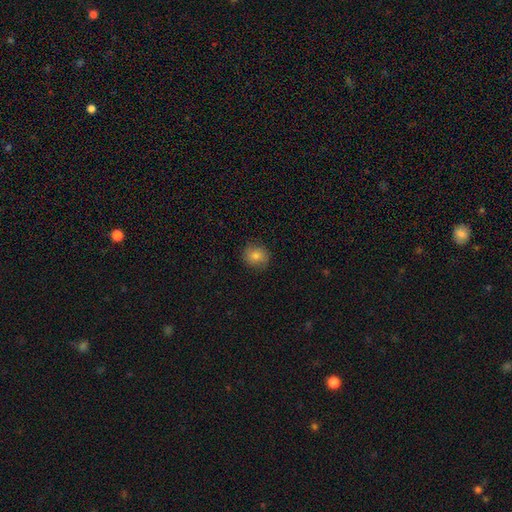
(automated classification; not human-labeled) This appears to be a smooth galaxy with no disk features (78%) that is round (82%). Merging: none (83%).